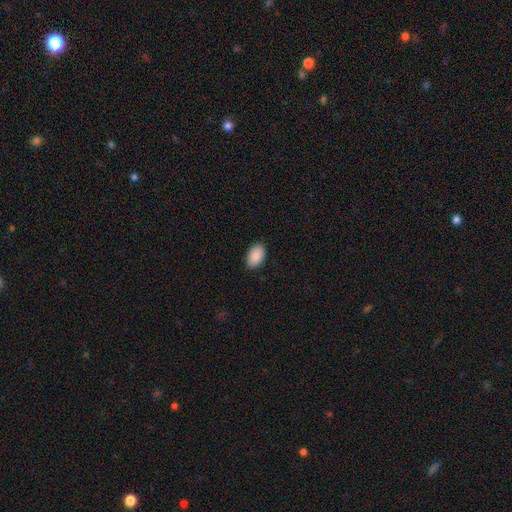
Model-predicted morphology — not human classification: This appears to be a smooth galaxy with no disk features (91%) that is in between round and cigar-shaped (93%). Merging: none (88%).